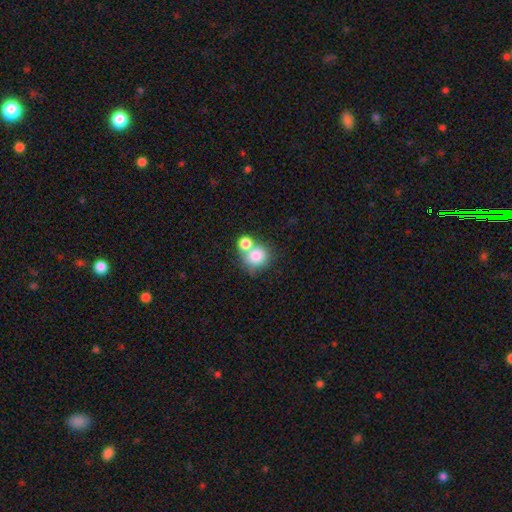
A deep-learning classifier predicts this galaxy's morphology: Smooth or featured? smooth (79%)
How rounded? round (79%)
Merging? merger (47%)